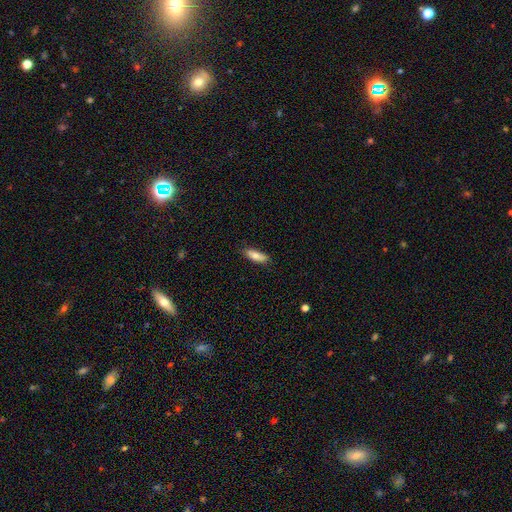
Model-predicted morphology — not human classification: Q: Smooth or featured?
A: smooth (79%); runner-up: featured or disk (15%)
Q: How rounded?
A: in between (56%); runner-up: cigar-shaped (42%)
Q: Merging?
A: none (83%); runner-up: minor disturbance (14%)